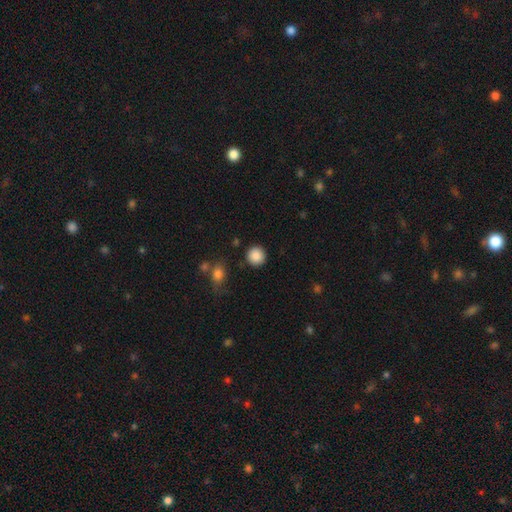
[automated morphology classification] This appears to be a smooth galaxy with no disk features (88%) that is round (93%). Merging: none (88%).